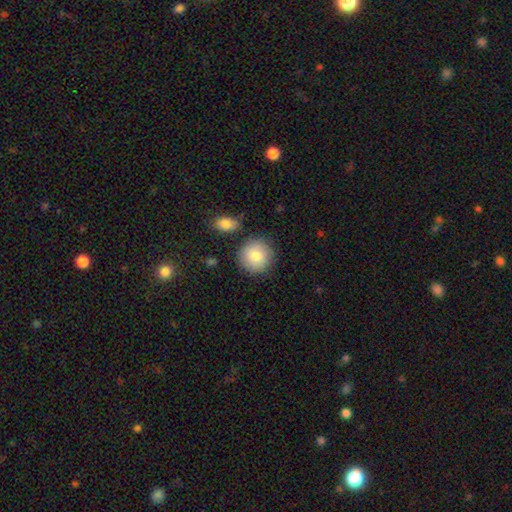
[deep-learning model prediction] Smooth or featured: smooth — 82% (featured or disk — 11%)
How rounded: round — 93% (in between — 6%)
Merging: none — 81% (minor disturbance — 10%)